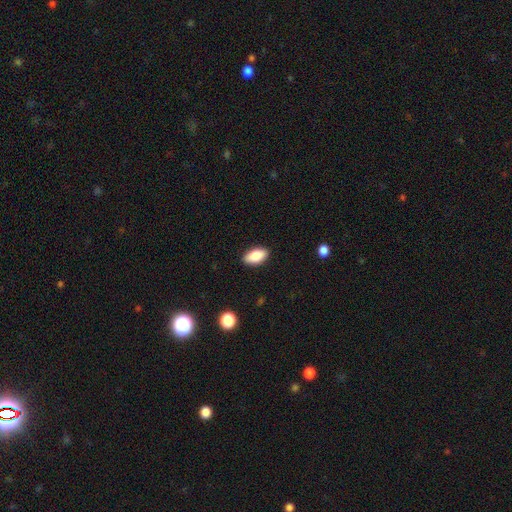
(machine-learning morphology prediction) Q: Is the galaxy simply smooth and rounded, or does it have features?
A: smooth — 85%.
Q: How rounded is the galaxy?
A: in between — 92%.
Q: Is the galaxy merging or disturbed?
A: none — 88%.